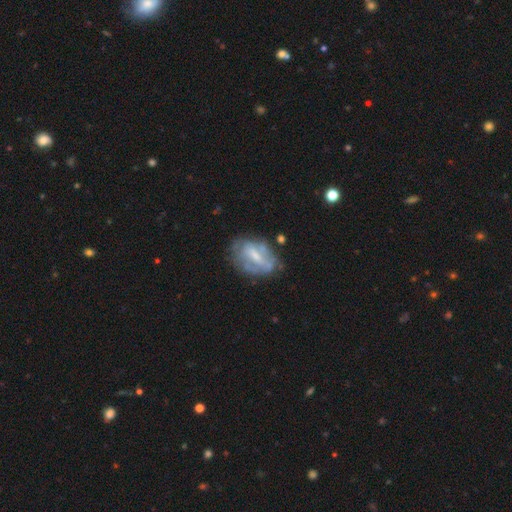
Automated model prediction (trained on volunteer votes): Overall: featured or disk (60%; smooth 32%). Edge-on disk: no (95%). Bar: weak (47%; no 29%). Spiral arms: no (59%; yes 41%). Bulge size: small (41%; moderate 38%). Merging: none (56%; minor disturbance 25%).